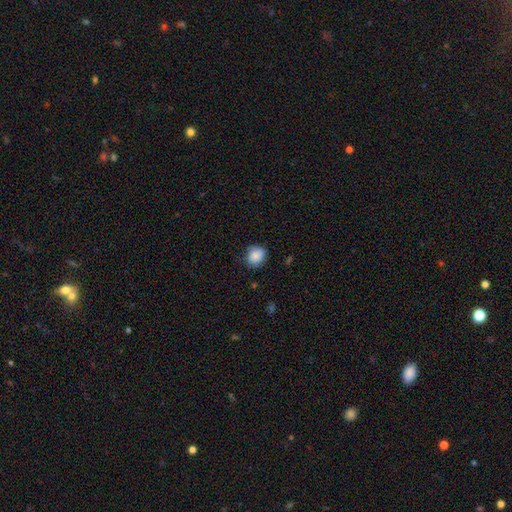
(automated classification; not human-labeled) A smooth galaxy with no disk features (87%) that is round (76%).

Vote fractions:
- Smooth or featured? smooth: 87% / star or artifact: 8% / featured or disk: 6%
- How rounded? round: 76% / in between: 23% / cigar-shaped: 1%
- Merging? none: 78% / minor disturbance: 18% / major disturbance: 3% / merger: 1%